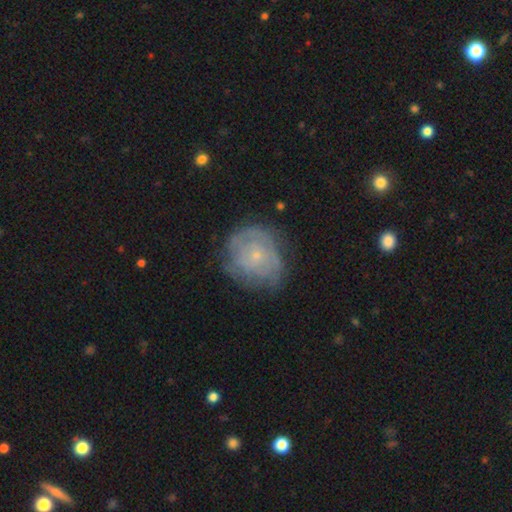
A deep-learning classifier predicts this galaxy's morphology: Smooth or featured? featured or disk (65%)
Edge-on disk? no (98%)
Bar? no (83%)
Spiral arms? yes (77%)
Bulge size? small (81%)
Merging? none (65%)